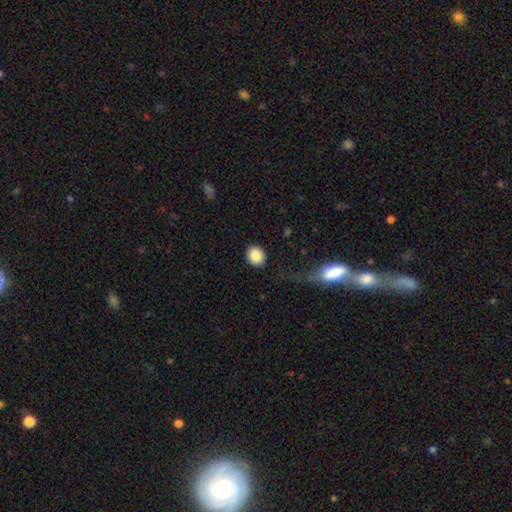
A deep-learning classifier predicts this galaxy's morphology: This is clearly a smooth galaxy (88%). How rounded: likely round (72%). Merging: clearly none (88%).